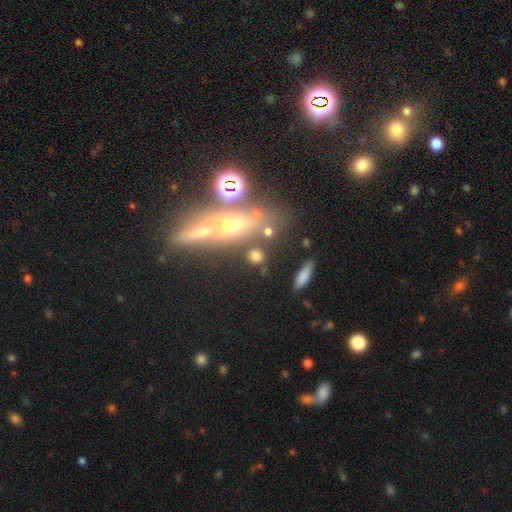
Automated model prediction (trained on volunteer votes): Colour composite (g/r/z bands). It shows a smooth galaxy with no disk features (72%) that is round (59%). Merging: none (70%).